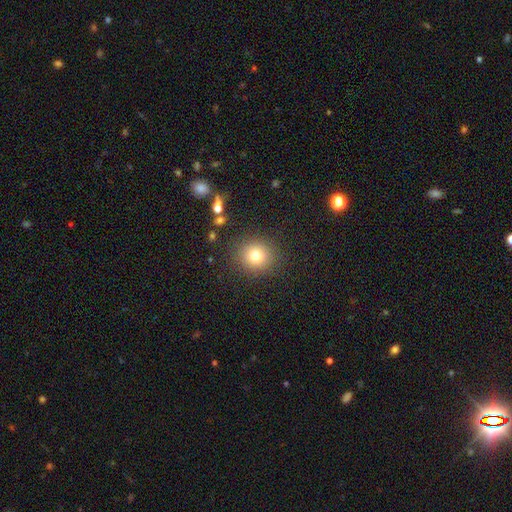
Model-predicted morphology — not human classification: smooth 77%, star or artifact 14%, featured or disk 9%. Down the decision tree: how rounded — round (85%); merging — none (88%).